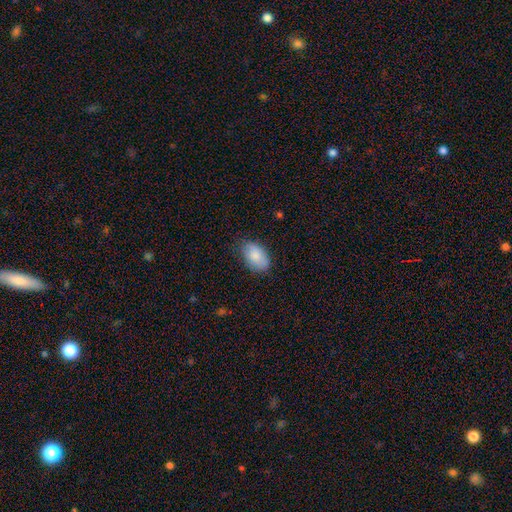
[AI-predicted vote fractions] smooth-or-featured: smooth: 85% | featured or disk: 9% | star or artifact: 7%
  how-rounded: in between: 92% | round: 6% | cigar-shaped: 1%
  merging: none: 75% | minor disturbance: 20% | major disturbance: 4% | merger: 1%